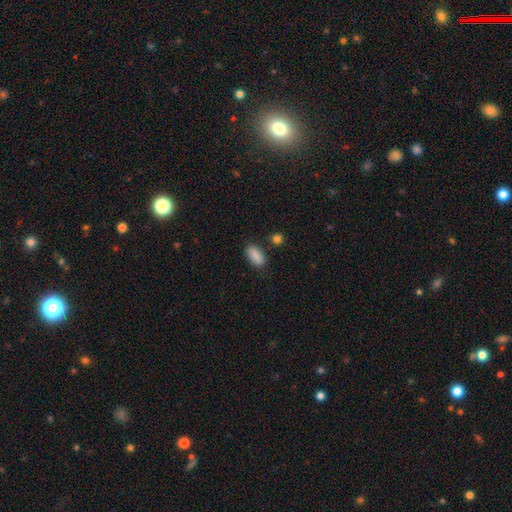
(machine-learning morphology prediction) Smooth or featured?
  - smooth: 89% *
  - star or artifact: 7%
  - featured or disk: 4%
How rounded?
  - in between: 88% *
  - cigar-shaped: 8%
  - round: 4%
Merging?
  - none: 82% *
  - minor disturbance: 12%
  - merger: 3%
  - major disturbance: 3%